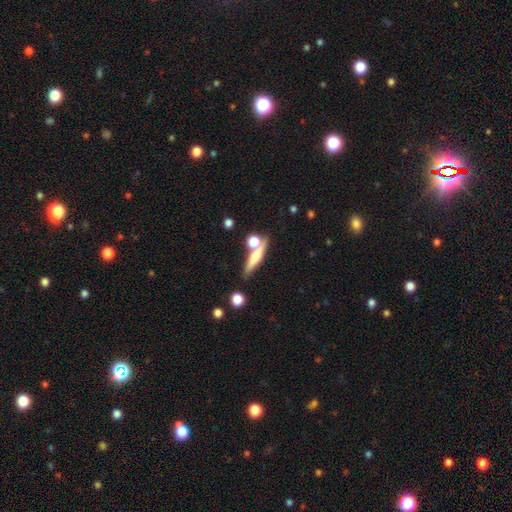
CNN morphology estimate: A smooth galaxy with no disk features (55%) that is cigar-shaped (73%). Merging: none (62%).